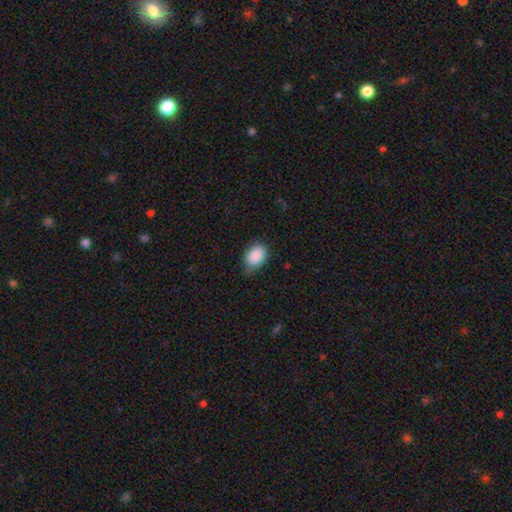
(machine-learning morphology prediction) Smooth or featured?
  - smooth: 88% *
  - star or artifact: 7%
  - featured or disk: 4%
How rounded?
  - in between: 80% *
  - round: 19%
  - cigar-shaped: 1%
Merging?
  - none: 63% *
  - minor disturbance: 31%
  - major disturbance: 5%
  - merger: 1%